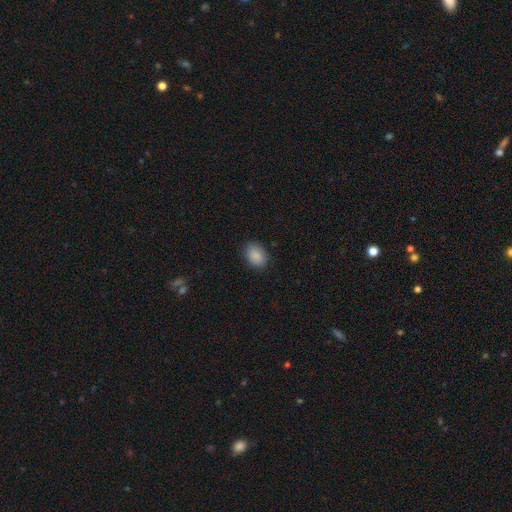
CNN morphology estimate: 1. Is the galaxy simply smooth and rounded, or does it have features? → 89% smooth, 7% star or artifact, 4% featured or disk.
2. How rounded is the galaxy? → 77% in between, 21% round, 1% cigar-shaped.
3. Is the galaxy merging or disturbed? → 84% none, 13% minor disturbance, 3% major disturbance, 1% merger.